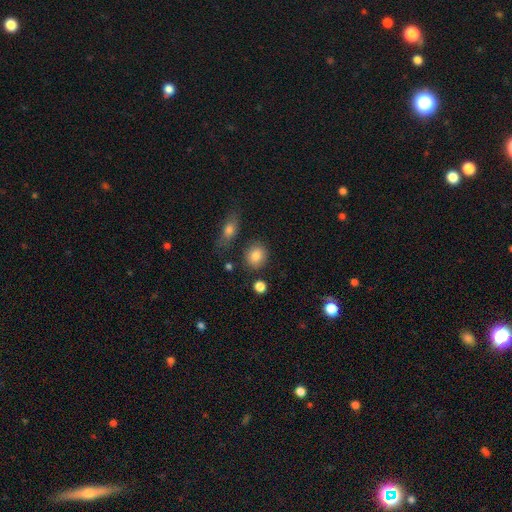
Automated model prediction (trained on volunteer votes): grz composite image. It shows a smooth galaxy with no disk features (85%) that is round (71%). Merging: none (82%).